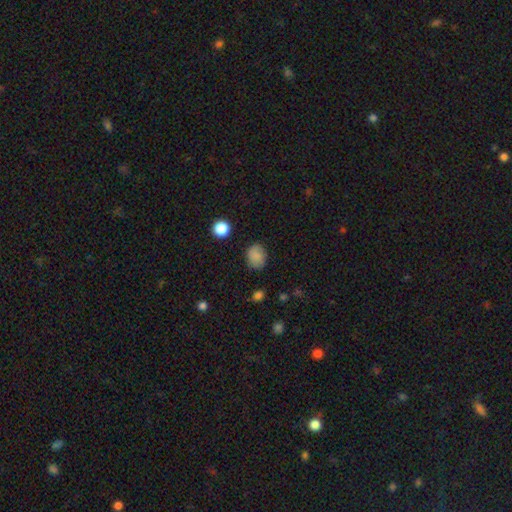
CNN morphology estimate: Smooth or featured? smooth (85%)
How rounded? in between (50%)
Merging? none (80%)